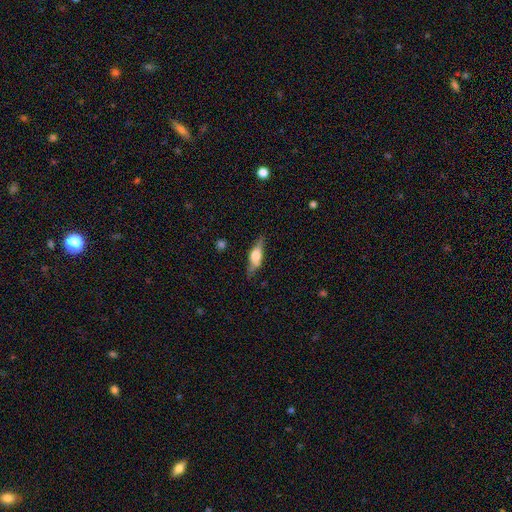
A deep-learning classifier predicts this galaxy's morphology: featured or disk 50%, smooth 43%, star or artifact 7%. Down the decision tree: merging — none (75%).